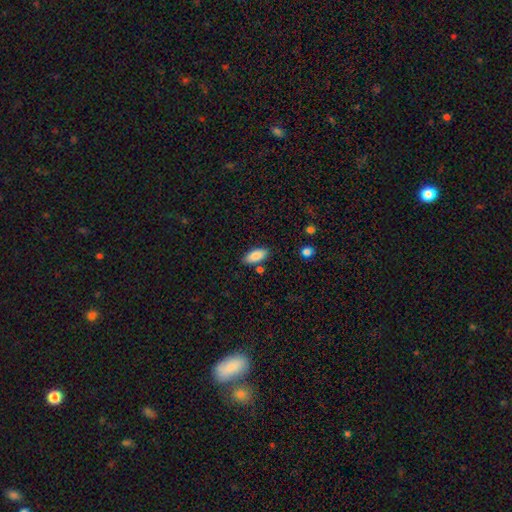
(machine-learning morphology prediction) Overall: smooth (87%). How rounded: in between (86%). Merging: none (82%).